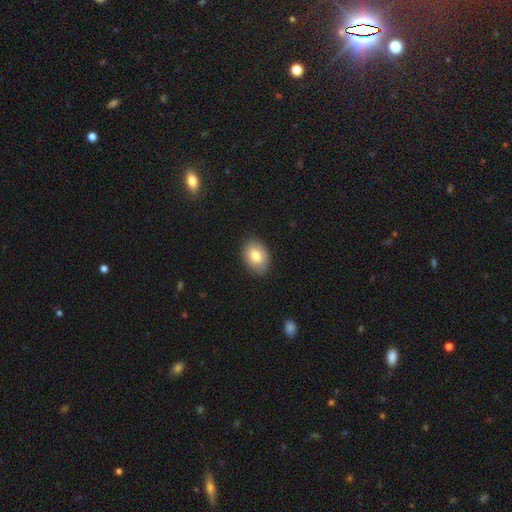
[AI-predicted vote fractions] Smooth or featured? Predicted: smooth (p=0.79). How rounded? Predicted: in between (p=0.78). Merging? Predicted: none (p=0.85).